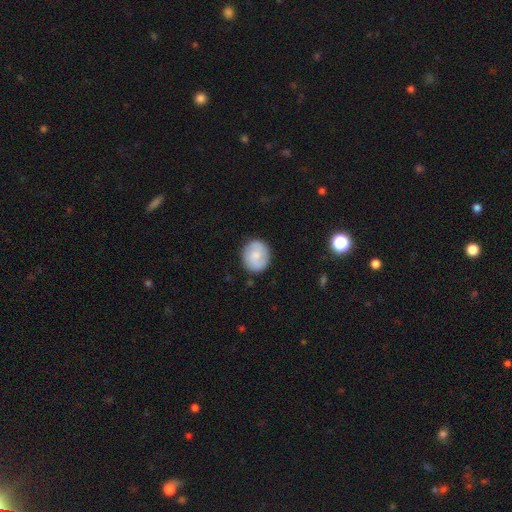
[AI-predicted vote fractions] The model was most divided on "smooth or featured": smooth: 59%, featured or disk: 34%, star or artifact: 7%. More confident: merging — none (86%); how rounded — round (78%).